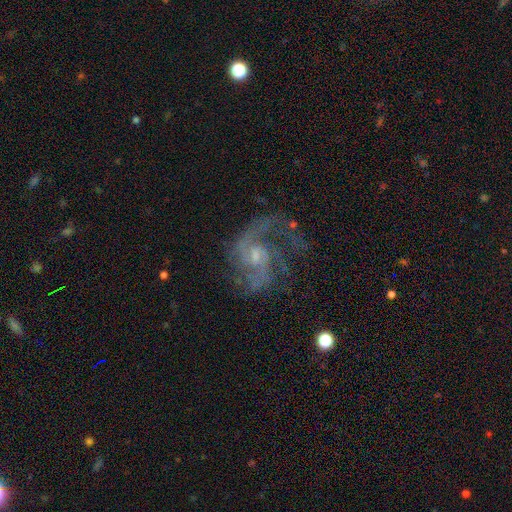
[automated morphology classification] Q: Smooth or featured?
A: featured or disk (88%); runner-up: star or artifact (7%)
Q: Edge-on disk?
A: no (98%); runner-up: yes (2%)
Q: Bar?
A: no (49%); runner-up: weak (44%)
Q: Spiral arms?
A: yes (96%); runner-up: no (4%)
Q: Spiral winding?
A: medium (52%); runner-up: loose (30%)
Q: Spiral arm count?
A: 2 (56%); runner-up: 3 (15%)
Q: Bulge size?
A: small (63%); runner-up: moderate (25%)
Q: Merging?
A: none (57%); runner-up: major disturbance (23%)